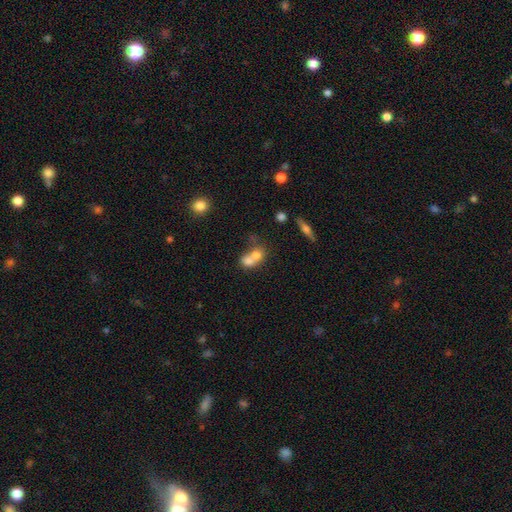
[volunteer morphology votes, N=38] This appears to be a smooth galaxy with no disk features (68%) that is round (62%). Merging: merger (75%).